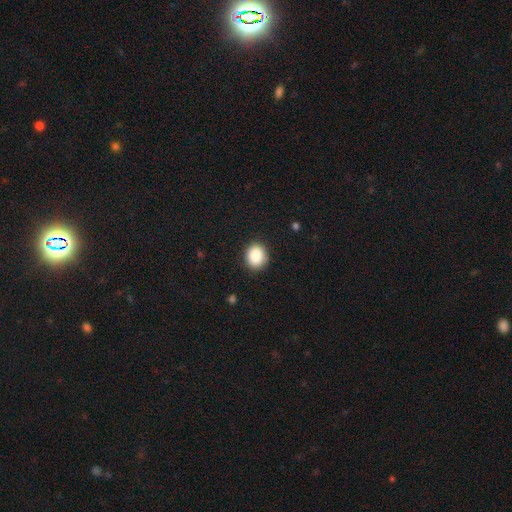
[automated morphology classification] A smooth galaxy with no disk features (89%) that is round (72%).

Vote fractions:
- Smooth or featured? smooth: 89% / star or artifact: 8% / featured or disk: 3%
- How rounded? round: 72% / in between: 27% / cigar-shaped: 1%
- Merging? none: 89% / minor disturbance: 8% / major disturbance: 2% / merger: 1%